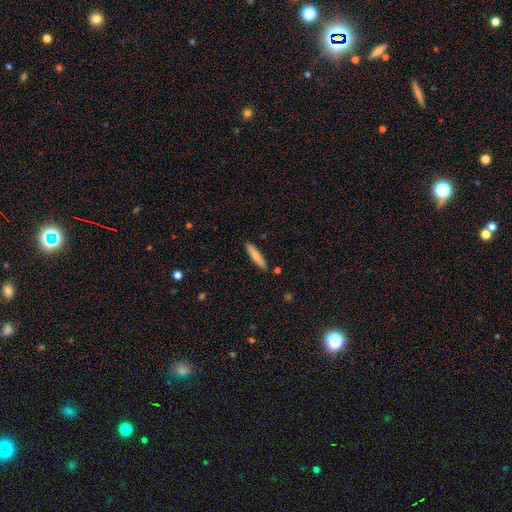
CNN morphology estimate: smooth_or_featured: smooth (p=0.82) [alt: featured or disk p=0.13]
how_rounded: cigar-shaped (p=0.89) [alt: in between p=0.10]
merging: none (p=0.88) [alt: minor disturbance p=0.08]